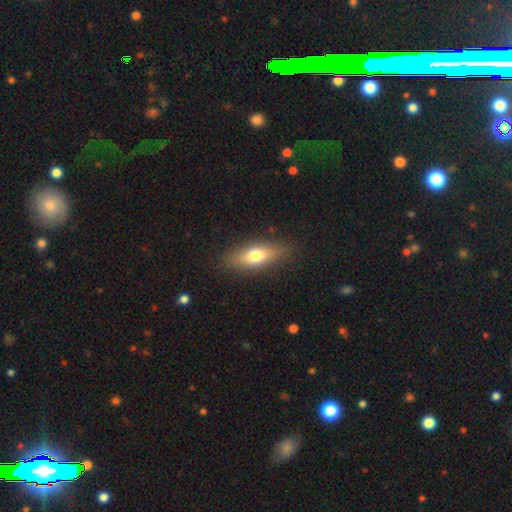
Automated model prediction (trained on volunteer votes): The model was most divided on "how rounded": in between: 65%, cigar-shaped: 30%, round: 5%. More confident: merging — none (85%); smooth or featured — smooth (68%).